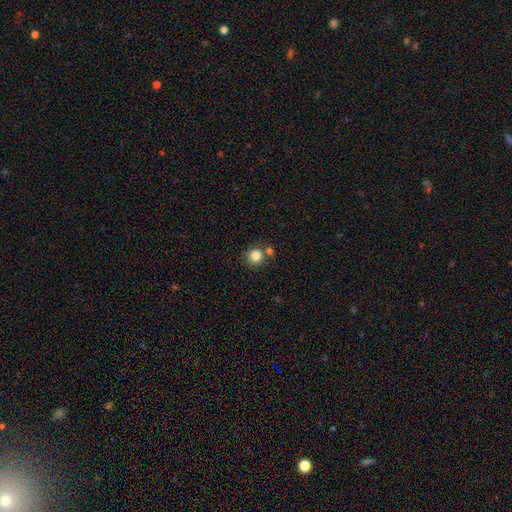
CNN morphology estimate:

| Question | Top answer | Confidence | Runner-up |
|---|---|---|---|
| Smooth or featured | smooth | 83% | star or artifact (11%) |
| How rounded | round | 92% | in between (7%) |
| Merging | none | 69% | merger (19%) |